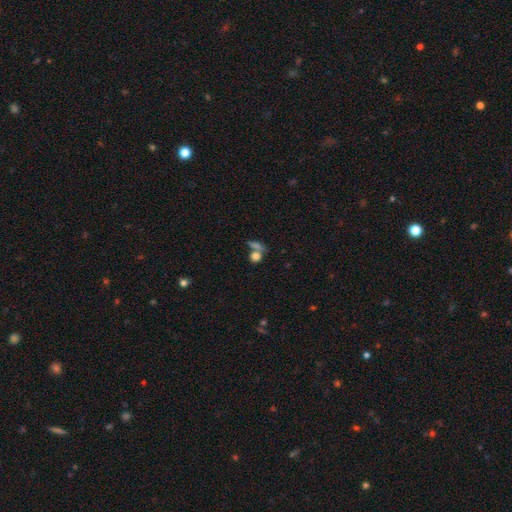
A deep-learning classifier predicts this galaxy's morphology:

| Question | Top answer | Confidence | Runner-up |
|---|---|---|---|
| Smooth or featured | smooth | 77% | star or artifact (12%) |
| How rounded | round | 60% | in between (33%) |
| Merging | none | 45% | merger (39%) |